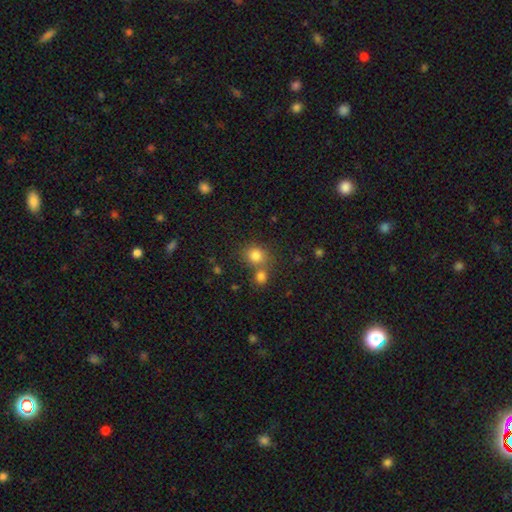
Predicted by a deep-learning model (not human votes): Overall: smooth (82%). How rounded: round (79%). Merging: none (55%; merger 32%).